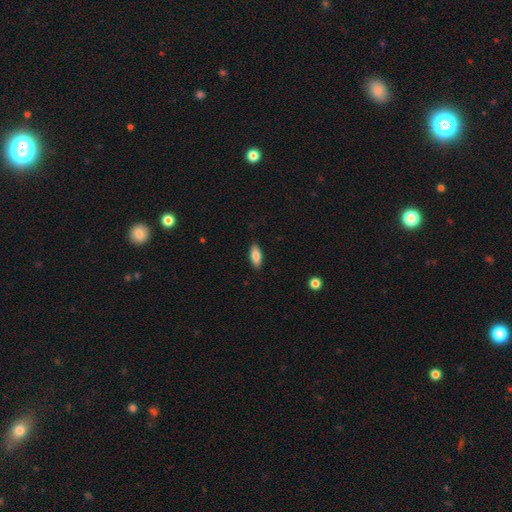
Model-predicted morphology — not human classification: This appears to be a smooth galaxy with no disk features (83%) that is in between round and cigar-shaped (78%). Merging: none (88%).